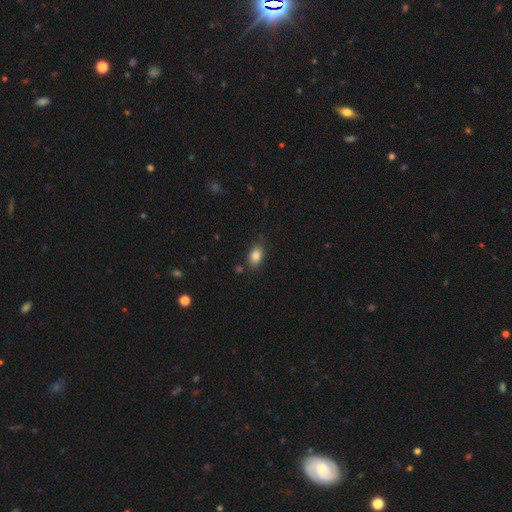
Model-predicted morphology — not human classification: Smooth or featured? Predicted: smooth (p=0.85). How rounded? Predicted: in between (p=0.87). Merging? Predicted: none (p=0.80).